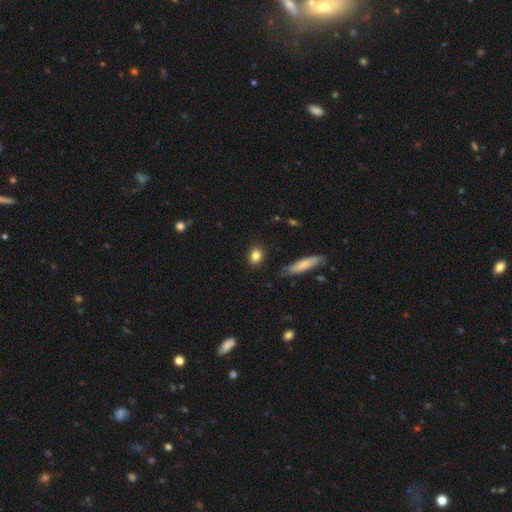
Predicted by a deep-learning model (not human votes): Smooth or featured?
  - smooth: 84% *
  - star or artifact: 9%
  - featured or disk: 7%
How rounded?
  - round: 59% *
  - in between: 37%
  - cigar-shaped: 5%
Merging?
  - none: 87% *
  - minor disturbance: 9%
  - major disturbance: 2%
  - merger: 2%